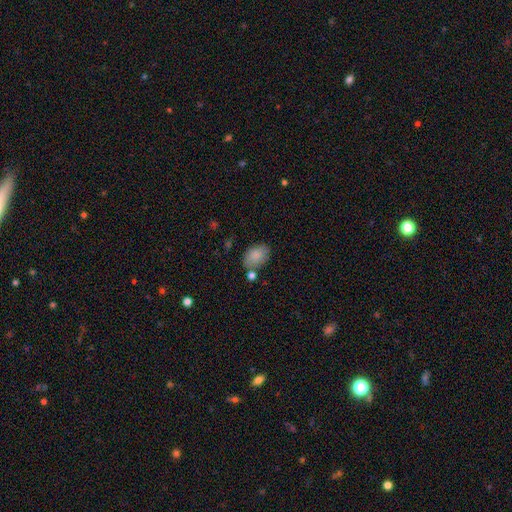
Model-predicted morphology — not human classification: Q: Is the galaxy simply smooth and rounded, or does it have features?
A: smooth — 86%.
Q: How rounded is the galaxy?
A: in between — 86%.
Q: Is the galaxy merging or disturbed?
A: none — 68%.